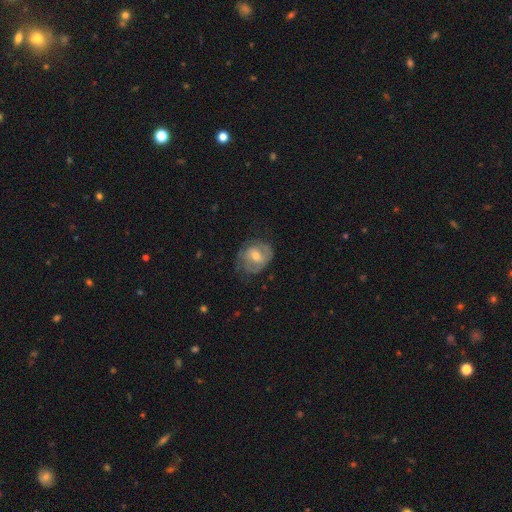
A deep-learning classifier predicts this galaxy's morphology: A featured or disk galaxy (55%) with no bar (47%), spiral arms (68%) and a moderate central bulge (67%).

Vote fractions:
- Smooth or featured? featured or disk: 55% / smooth: 38% / star or artifact: 7%
- Edge-on disk? no: 96% / yes: 4%
- Bar? no: 47% / weak: 41% / strong: 12%
- Spiral arms? yes: 68% / no: 32%
- Bulge size? moderate: 67% / small: 27% / large: 4% / none: 1% / dominant: 1%
- Merging? none: 58% / minor disturbance: 27% / major disturbance: 14% / merger: 1%